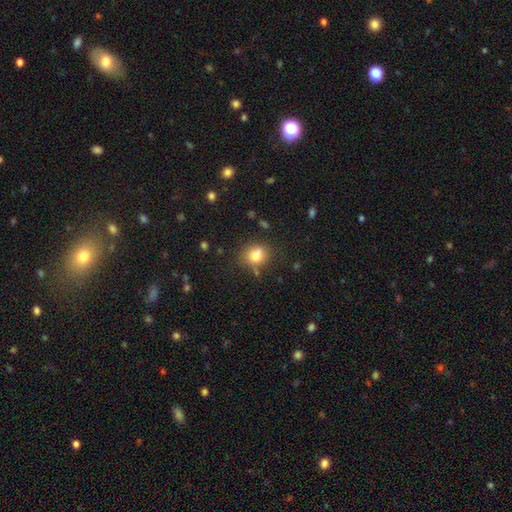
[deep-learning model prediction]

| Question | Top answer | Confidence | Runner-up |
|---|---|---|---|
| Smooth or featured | smooth | 76% | star or artifact (12%) |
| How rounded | round | 65% | in between (34%) |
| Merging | none | 67% | minor disturbance (18%) |